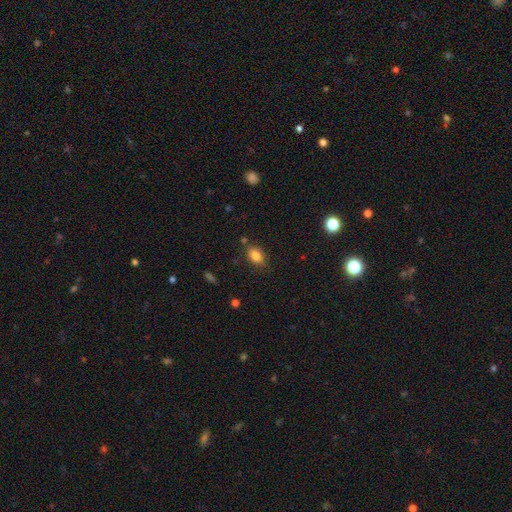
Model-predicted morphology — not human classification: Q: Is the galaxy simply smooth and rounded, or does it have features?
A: smooth — 83%.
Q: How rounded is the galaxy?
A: in between — 81%.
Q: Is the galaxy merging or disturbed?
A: none — 77%.